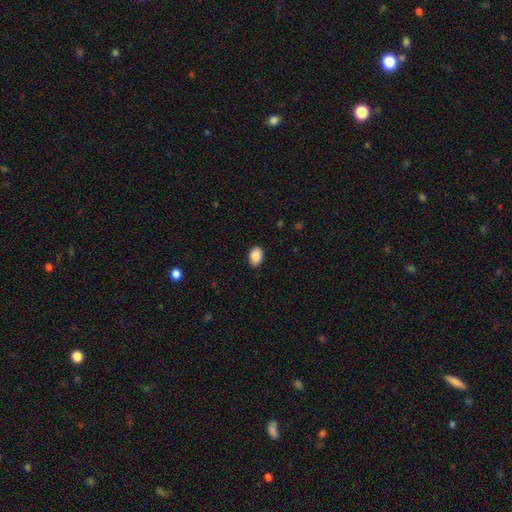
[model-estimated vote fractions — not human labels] Morphology: type=smooth (89%); roundness=in between (82%); merging=none (88%).